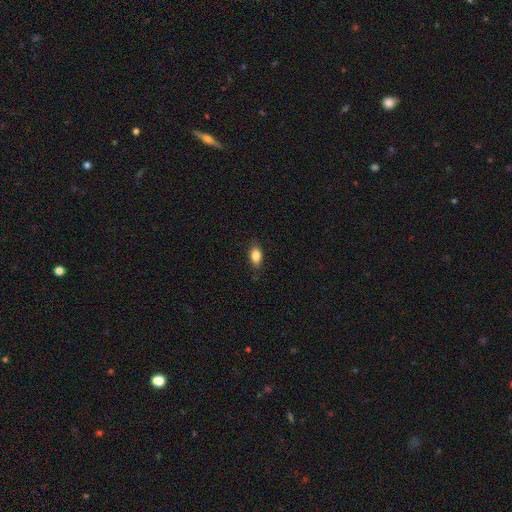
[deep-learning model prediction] The model was most divided on "merging": none: 82%, minor disturbance: 14%, major disturbance: 3%, merger: 1%. More confident: how rounded — in between (87%); smooth or featured — smooth (84%).